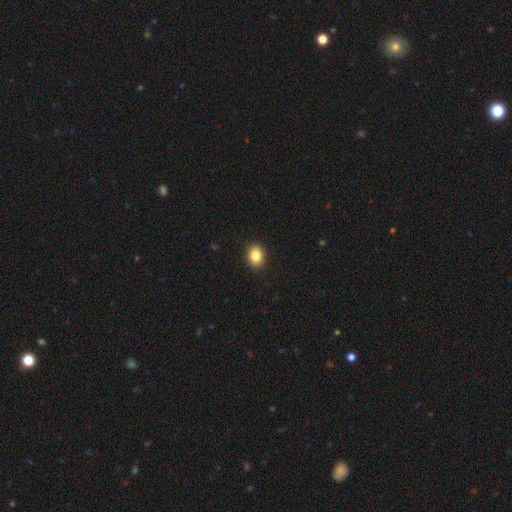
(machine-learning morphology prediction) This appears to be a smooth galaxy with no disk features (85%) that is round (52%). Merging: none (91%).